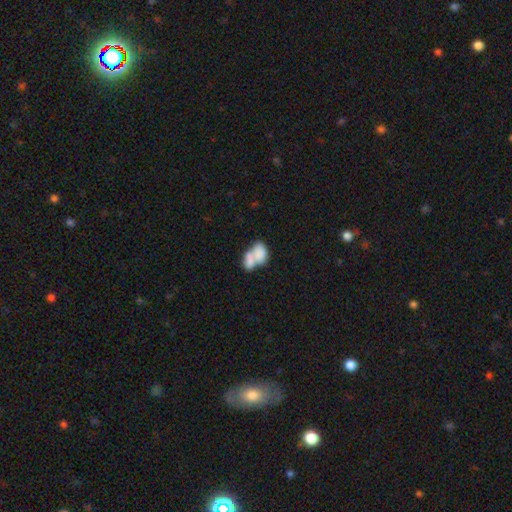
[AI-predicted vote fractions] This appears to be a smooth galaxy with no disk features (73%) that is in between round and cigar-shaped (85%). Merging: merger (71%).